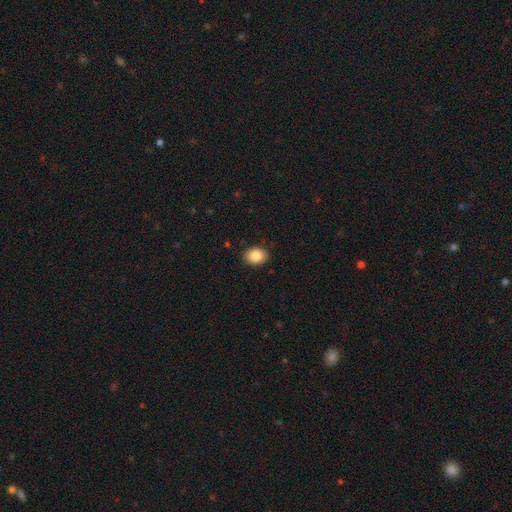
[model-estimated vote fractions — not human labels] A smooth galaxy with no disk features (85%) that is in between round and cigar-shaped (66%).

Vote fractions:
- Smooth or featured? smooth: 85% / star or artifact: 8% / featured or disk: 6%
- How rounded? in between: 66% / round: 33% / cigar-shaped: 1%
- Merging? none: 89% / minor disturbance: 8% / major disturbance: 2% / merger: 1%